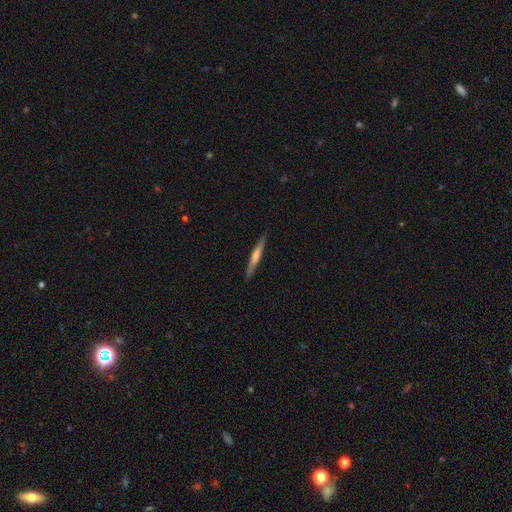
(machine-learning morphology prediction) Smooth or featured? Predicted: featured or disk (p=0.56). Edge-on disk? Predicted: yes (p=0.97). Edge-on bulge? Predicted: rounded (p=0.63). Merging? Predicted: none (p=0.90).